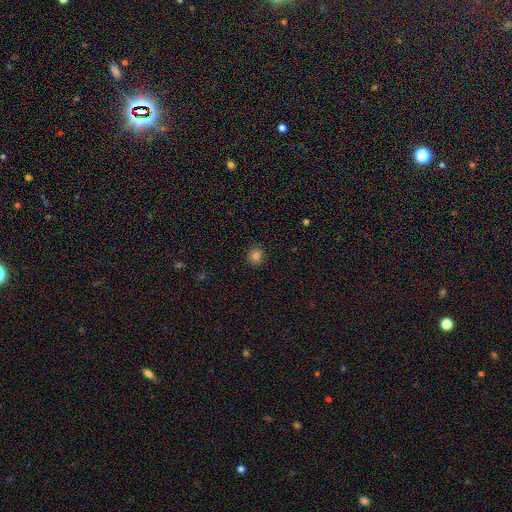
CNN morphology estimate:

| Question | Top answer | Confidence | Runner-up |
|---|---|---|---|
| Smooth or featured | smooth | 82% | star or artifact (14%) |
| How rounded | round | 86% | in between (13%) |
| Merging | none | 90% | minor disturbance (7%) |